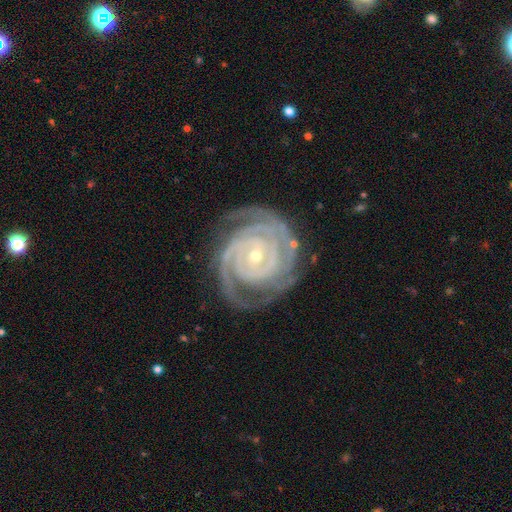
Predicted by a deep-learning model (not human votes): A featured or disk galaxy (92%) with no bar (60%), 2 (35%) tight (84%) spiral arms (98%) and a small central bulge (68%).

Vote fractions:
- Smooth or featured? featured or disk: 92% / star or artifact: 4% / smooth: 3%
- Edge-on disk? no: 97% / yes: 3%
- Bar? no: 60% / weak: 24% / strong: 15%
- Spiral arms? yes: 98% / no: 2%
- Spiral winding? tight: 84% / medium: 14% / loose: 2%
- Spiral arm count? 2: 35% / 3: 25% / can't tell: 15% / 4: 12% / more than 4: 7% / 1: 6%
- Bulge size? small: 68% / moderate: 29% / large: 1% / none: 1% / dominant: 1%
- Merging? none: 76% / minor disturbance: 16% / major disturbance: 6% / merger: 2%